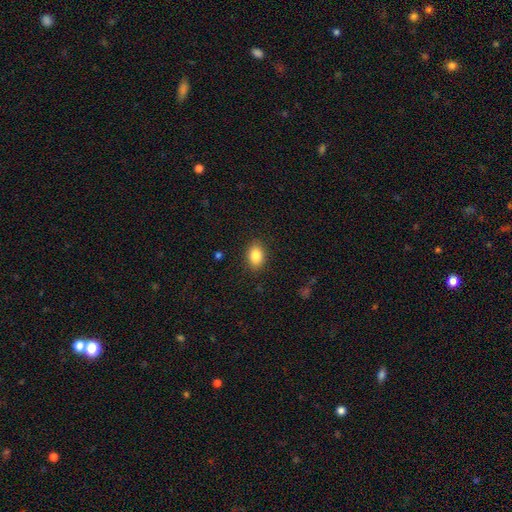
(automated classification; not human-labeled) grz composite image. It shows a smooth galaxy with no disk features (85%) that is in between round and cigar-shaped (78%). Merging: none (88%).